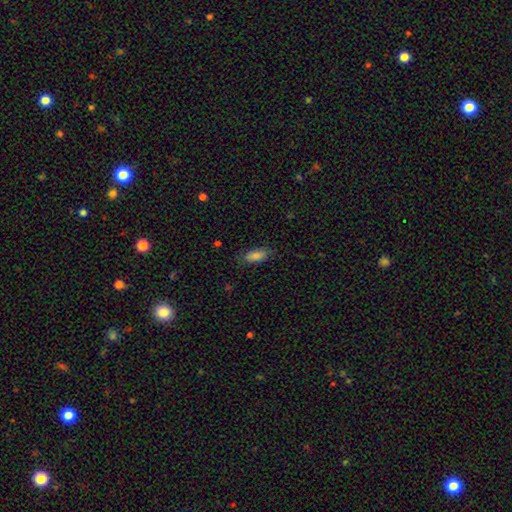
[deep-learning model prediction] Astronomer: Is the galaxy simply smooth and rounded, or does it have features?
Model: smooth — 84%.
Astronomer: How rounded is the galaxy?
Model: in between — 81%.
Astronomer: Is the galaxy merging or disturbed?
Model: none — 81%.